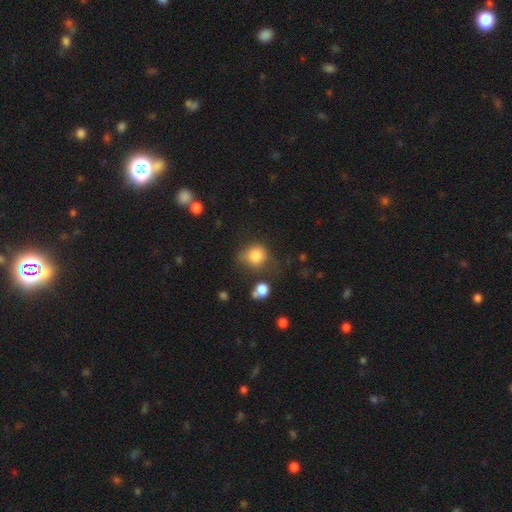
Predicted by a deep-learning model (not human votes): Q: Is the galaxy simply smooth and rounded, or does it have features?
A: smooth — 82%.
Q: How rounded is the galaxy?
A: round — 76%.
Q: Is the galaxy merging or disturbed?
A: none — 46%.